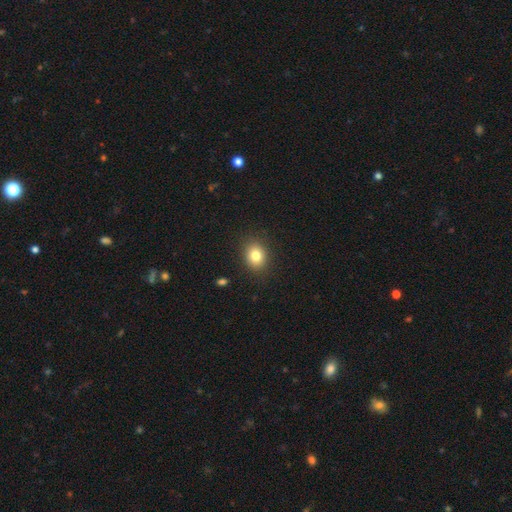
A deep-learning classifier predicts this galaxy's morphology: Q: Smooth or featured?
A: smooth (81%); runner-up: star or artifact (11%)
Q: How rounded?
A: round (55%); runner-up: in between (44%)
Q: Merging?
A: none (88%); runner-up: minor disturbance (8%)